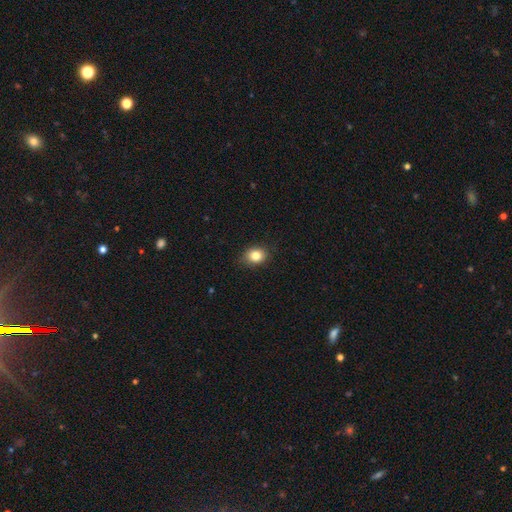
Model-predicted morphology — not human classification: The model was most divided on "how rounded": round: 52%, in between: 47%, cigar-shaped: 1%. More confident: merging — none (84%); smooth or featured — smooth (83%).